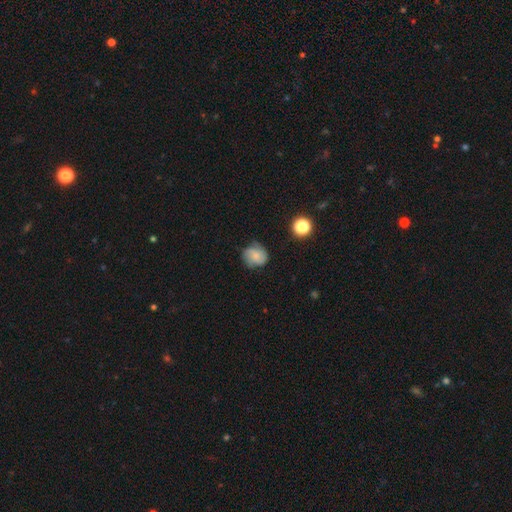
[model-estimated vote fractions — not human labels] Smooth or featured?
  - smooth: 56% *
  - featured or disk: 34%
  - star or artifact: 10%
How rounded?
  - round: 75% *
  - in between: 24%
  - cigar-shaped: 1%
Merging?
  - none: 64% *
  - minor disturbance: 27%
  - major disturbance: 7%
  - merger: 2%